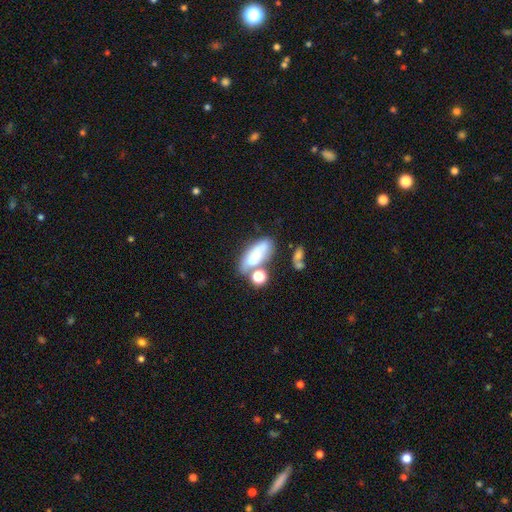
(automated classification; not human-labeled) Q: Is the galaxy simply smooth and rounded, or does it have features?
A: smooth — 66%.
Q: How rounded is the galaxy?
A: in between — 80%.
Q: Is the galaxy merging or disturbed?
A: none — 46%.